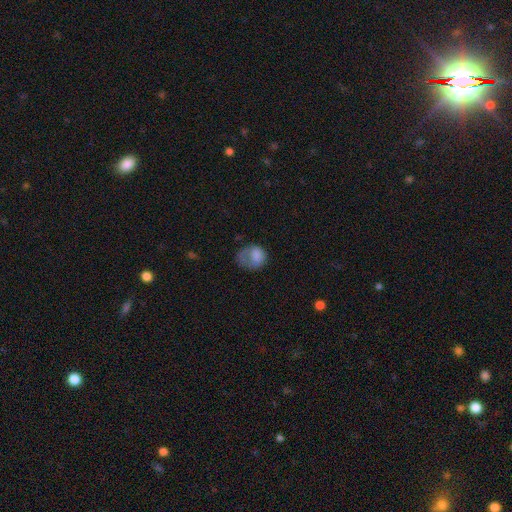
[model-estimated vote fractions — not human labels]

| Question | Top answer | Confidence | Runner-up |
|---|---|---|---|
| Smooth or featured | smooth | 73% | featured or disk (18%) |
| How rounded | round | 53% | in between (46%) |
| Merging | major disturbance | 42% | none (29%) |